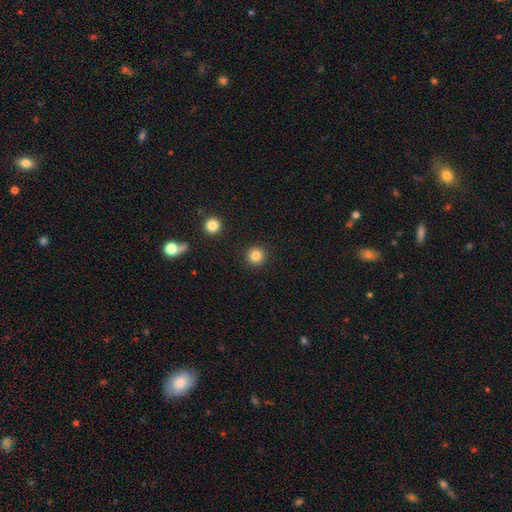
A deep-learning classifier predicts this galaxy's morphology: This is clearly a smooth galaxy (83%). How rounded: clearly round (95%). Merging: clearly none (92%).